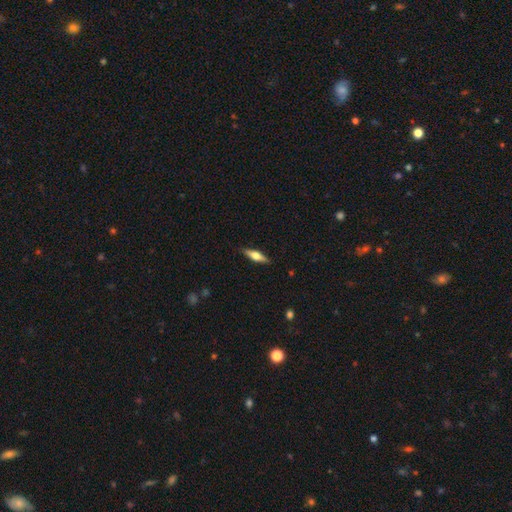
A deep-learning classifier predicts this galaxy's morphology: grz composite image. It shows a featured or disk galaxy (49%). Merging: none (87%).